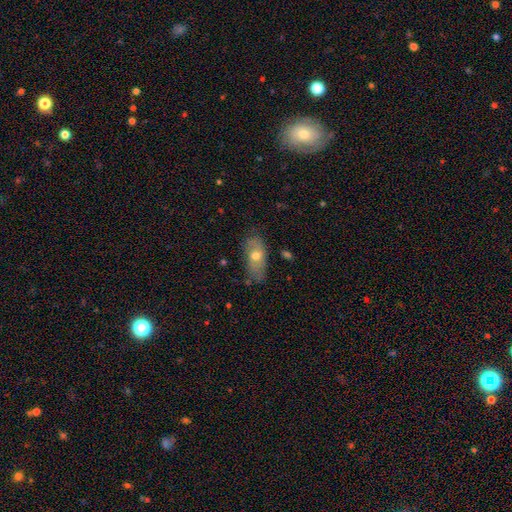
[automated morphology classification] Smooth or featured? smooth (56%)
How rounded? in between (82%)
Merging? none (64%)